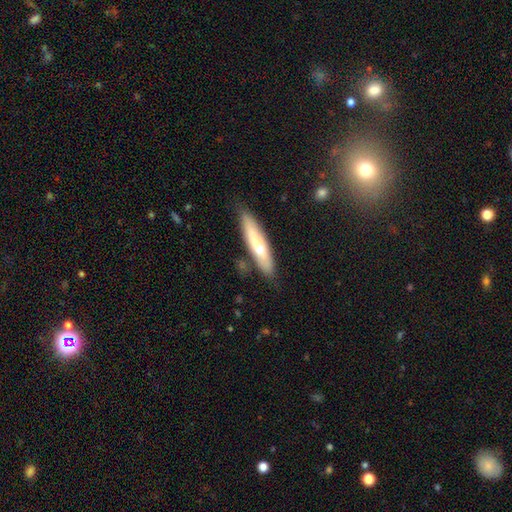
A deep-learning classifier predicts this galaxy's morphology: Smooth or featured?
  - smooth: 47% *
  - featured or disk: 44%
  - star or artifact: 9%
Merging?
  - none: 84% *
  - minor disturbance: 11%
  - merger: 3%
  - major disturbance: 2%